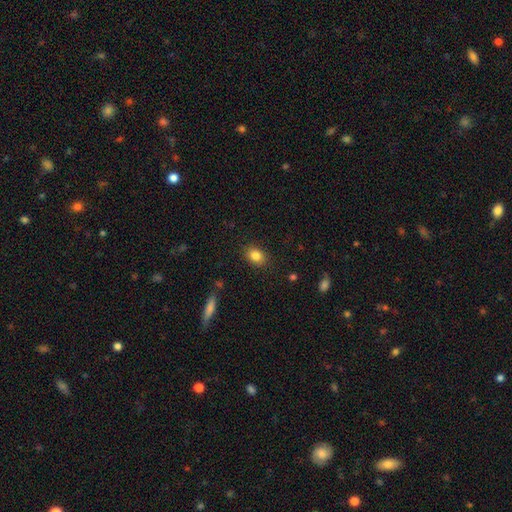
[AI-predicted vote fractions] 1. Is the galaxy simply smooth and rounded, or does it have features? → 84% smooth, 9% star or artifact, 7% featured or disk.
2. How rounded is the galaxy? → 66% in between, 33% round, 1% cigar-shaped.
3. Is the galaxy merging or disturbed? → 86% none, 10% minor disturbance, 3% major disturbance, 1% merger.